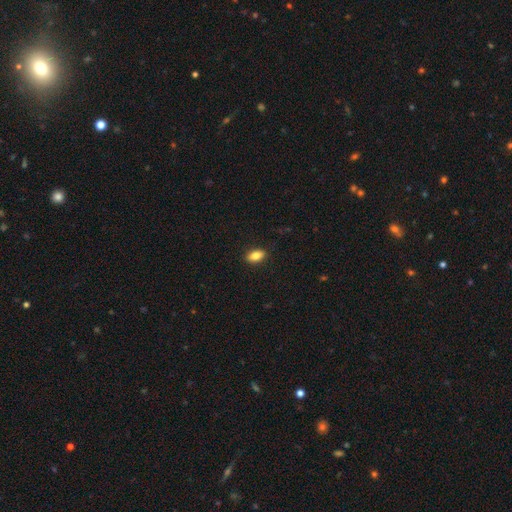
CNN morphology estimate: This is clearly a smooth galaxy (84%). How rounded: clearly in between (89%). Merging: clearly none (89%).